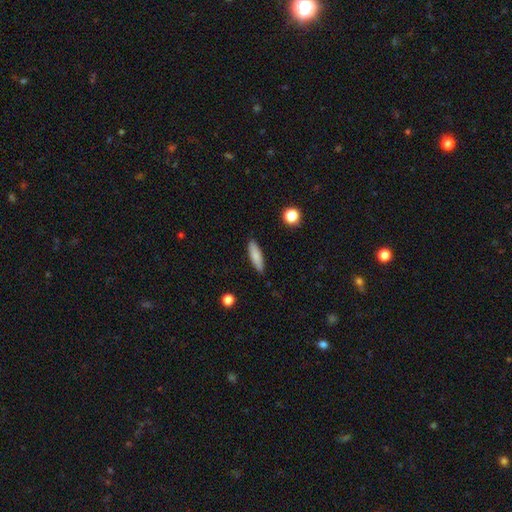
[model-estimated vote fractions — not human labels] Smooth or featured? smooth (82%)
How rounded? cigar-shaped (56%)
Merging? none (85%)